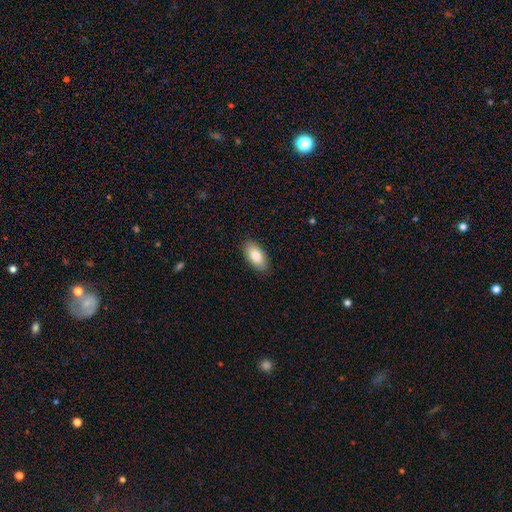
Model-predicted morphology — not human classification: Smooth or featured?
  - smooth: 83% *
  - featured or disk: 10%
  - star or artifact: 6%
How rounded?
  - in between: 92% *
  - cigar-shaped: 6%
  - round: 3%
Merging?
  - none: 88% *
  - minor disturbance: 9%
  - major disturbance: 2%
  - merger: 1%